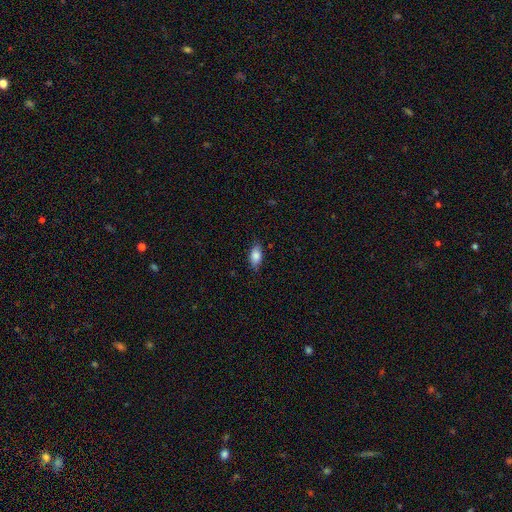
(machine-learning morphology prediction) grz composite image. It shows a smooth galaxy with no disk features (83%) that is in between round and cigar-shaped (89%). Merging: none (79%).